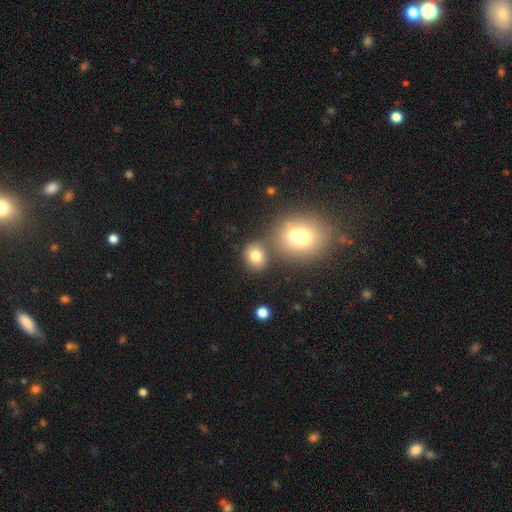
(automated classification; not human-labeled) Smooth or featured? Predicted: smooth (p=0.77). How rounded? Predicted: round (p=0.73). Merging? Predicted: none (p=0.66).